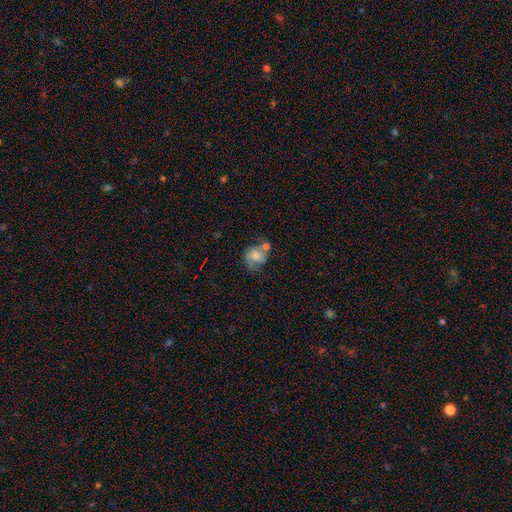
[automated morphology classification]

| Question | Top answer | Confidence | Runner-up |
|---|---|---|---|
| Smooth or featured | smooth | 47% | featured or disk (43%) |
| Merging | none | 41% | merger (25%) |